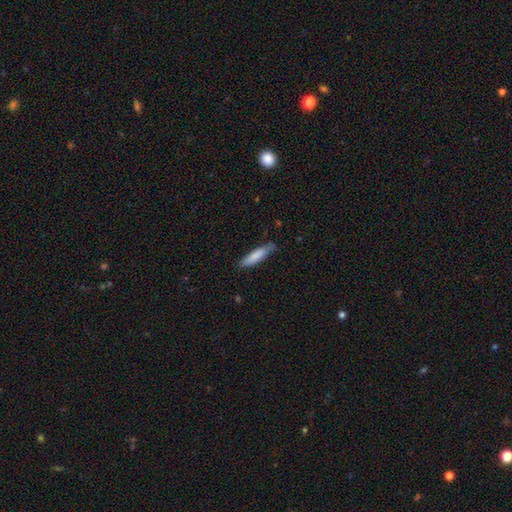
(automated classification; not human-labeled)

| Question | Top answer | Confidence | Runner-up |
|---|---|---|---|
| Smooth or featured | smooth | 81% | featured or disk (13%) |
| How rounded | cigar-shaped | 73% | in between (26%) |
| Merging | none | 74% | minor disturbance (21%) |